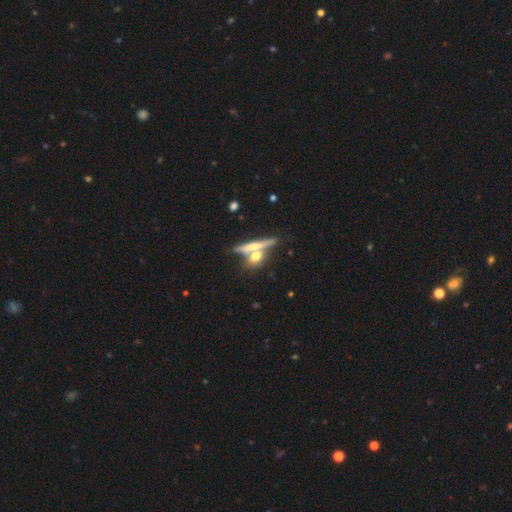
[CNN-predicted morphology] This is possibly a smooth galaxy (51%). How rounded: possibly cigar-shaped (52%). Merging: possibly none (48%).